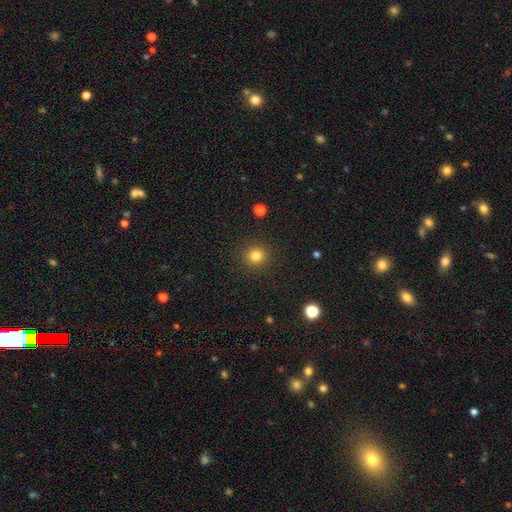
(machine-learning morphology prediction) smooth-or-featured: smooth: 83% | star or artifact: 12% | featured or disk: 5%
  how-rounded: round: 93% | in between: 6% | cigar-shaped: 1%
  merging: none: 91% | minor disturbance: 6% | major disturbance: 2% | merger: 1%